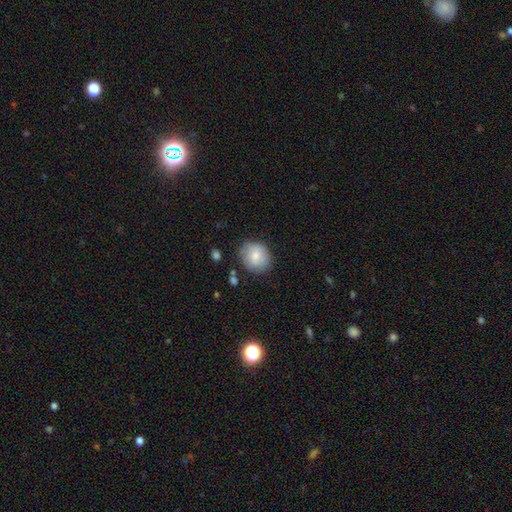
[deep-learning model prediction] Smooth or featured? smooth (78%)
How rounded? round (67%)
Merging? none (78%)